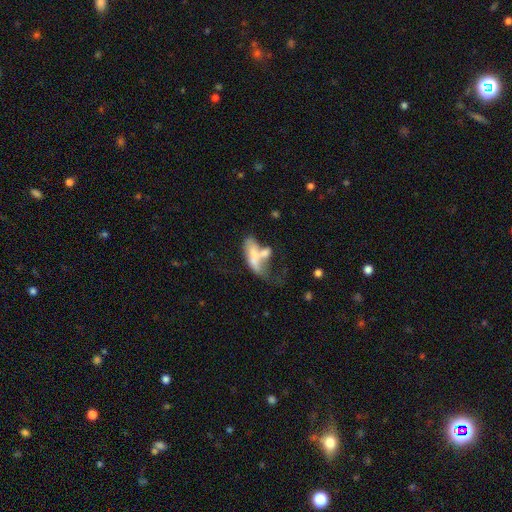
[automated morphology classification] smooth_or_featured: smooth (p=0.55) [alt: featured or disk p=0.36]
how_rounded: in between (p=0.69) [alt: cigar-shaped p=0.27]
merging: merger (p=0.49) [alt: major disturbance p=0.25]